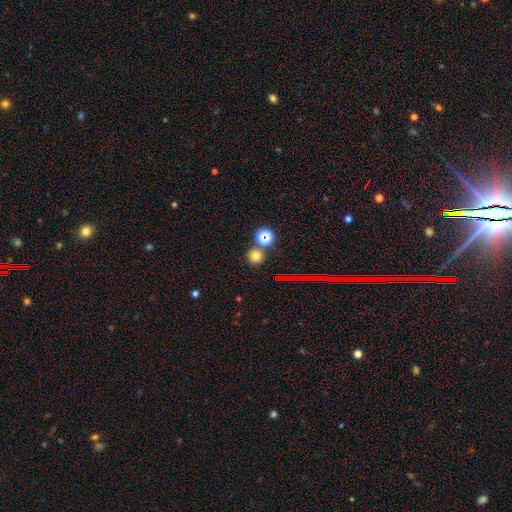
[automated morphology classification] smooth 71%, star or artifact 20%, featured or disk 9%. Down the decision tree: how rounded — round (90%); merging — none (76%).